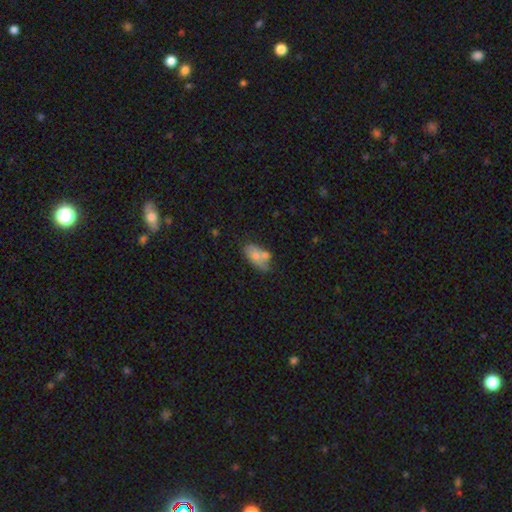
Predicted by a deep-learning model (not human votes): The model was most divided on "merging": none: 43%, merger: 30%, minor disturbance: 19%, major disturbance: 7%. More confident: how rounded — in between (88%); smooth or featured — smooth (66%).